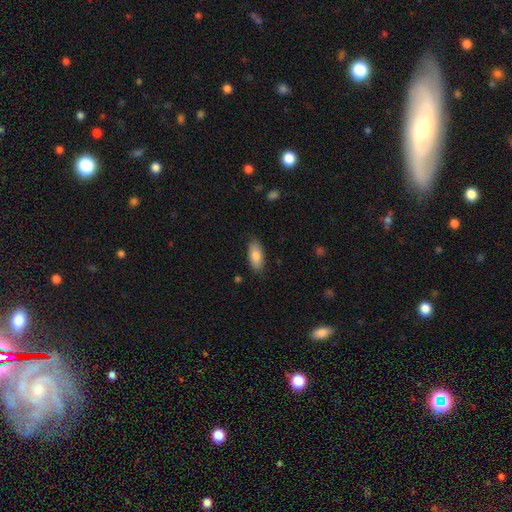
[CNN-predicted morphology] smooth 84%, featured or disk 10%, star or artifact 6%. Down the decision tree: how rounded — in between (87%); merging — none (84%).